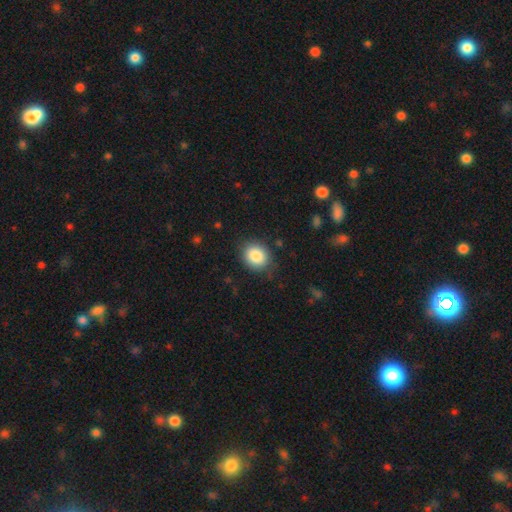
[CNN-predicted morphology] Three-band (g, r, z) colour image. It shows a smooth galaxy with no disk features (85%) that is round (70%). Merging: none (86%).